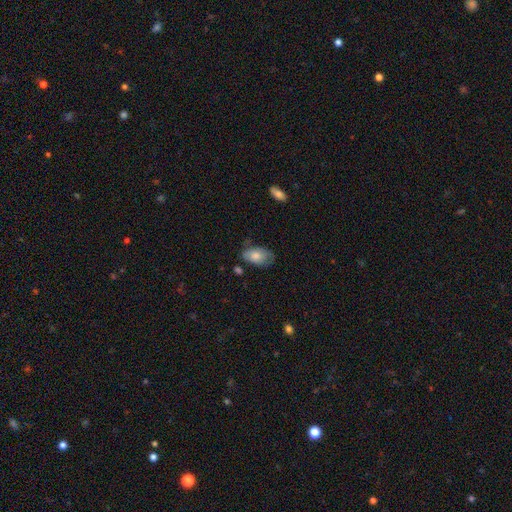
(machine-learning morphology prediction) A smooth galaxy with no disk features (75%) that is in between round and cigar-shaped (92%).

Vote fractions:
- Smooth or featured? smooth: 75% / featured or disk: 18% / star or artifact: 7%
- How rounded? in between: 92% / round: 6% / cigar-shaped: 2%
- Merging? none: 58% / minor disturbance: 30% / major disturbance: 9% / merger: 3%